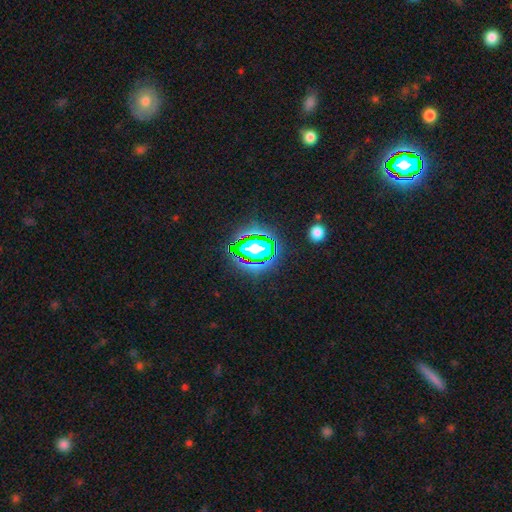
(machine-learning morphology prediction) Q: Smooth or featured?
A: star or artifact (79%); runner-up: smooth (14%)